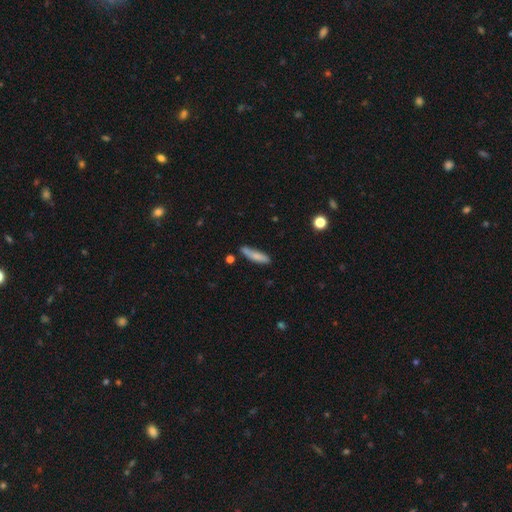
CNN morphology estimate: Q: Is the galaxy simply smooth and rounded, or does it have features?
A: smooth — 78%.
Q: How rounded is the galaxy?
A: cigar-shaped — 74%.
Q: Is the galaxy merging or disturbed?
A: none — 67%.